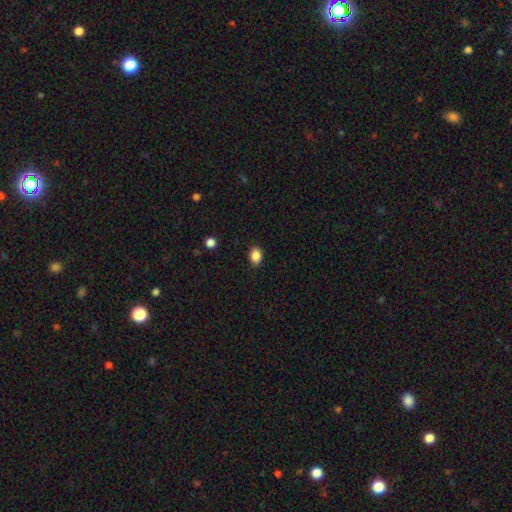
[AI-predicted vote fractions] Smooth or featured: smooth — 88% (star or artifact — 9%)
How rounded: in between — 73% (round — 26%)
Merging: none — 88% (minor disturbance — 9%)